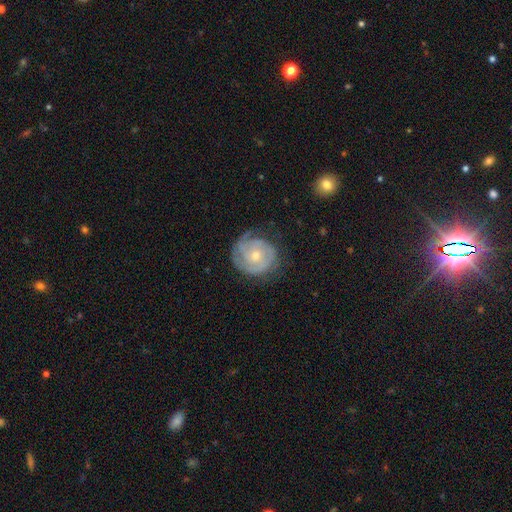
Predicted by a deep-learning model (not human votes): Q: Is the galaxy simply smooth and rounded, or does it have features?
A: featured or disk — 81%.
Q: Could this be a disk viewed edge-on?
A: no — 98%.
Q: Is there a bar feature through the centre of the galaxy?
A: no — 75%.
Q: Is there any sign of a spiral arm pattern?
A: yes — 94%.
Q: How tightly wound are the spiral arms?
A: tight — 68%.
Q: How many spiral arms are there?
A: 3 — 29%.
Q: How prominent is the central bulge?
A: small — 52%.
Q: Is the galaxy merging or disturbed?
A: none — 69%.